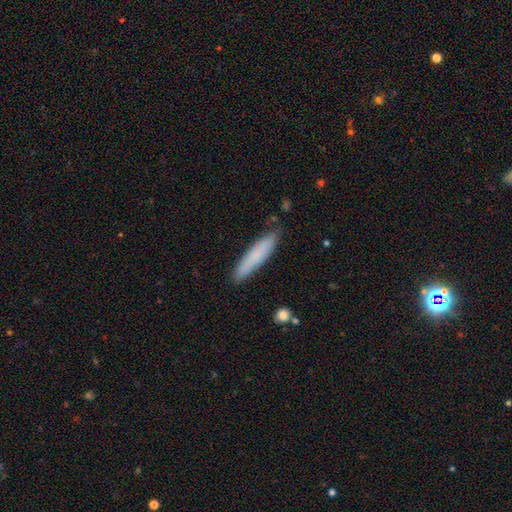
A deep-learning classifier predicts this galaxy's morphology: Smooth or featured?
  - smooth: 78% *
  - featured or disk: 16%
  - star or artifact: 6%
How rounded?
  - cigar-shaped: 89% *
  - in between: 10%
  - round: 1%
Merging?
  - none: 85% *
  - minor disturbance: 11%
  - major disturbance: 2%
  - merger: 2%